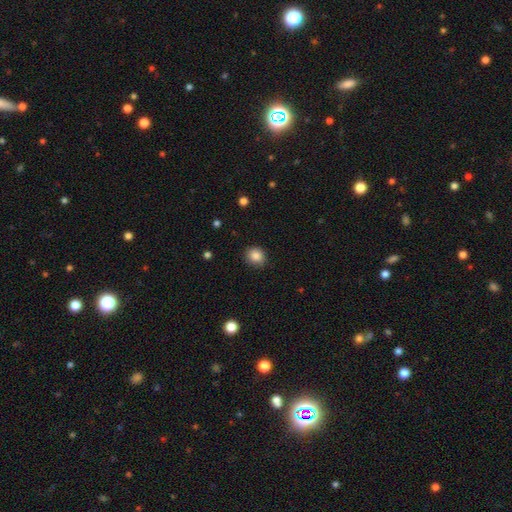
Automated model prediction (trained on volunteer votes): Smooth or featured? Predicted: smooth (p=0.86). How rounded? Predicted: round (p=0.80). Merging? Predicted: none (p=0.84).